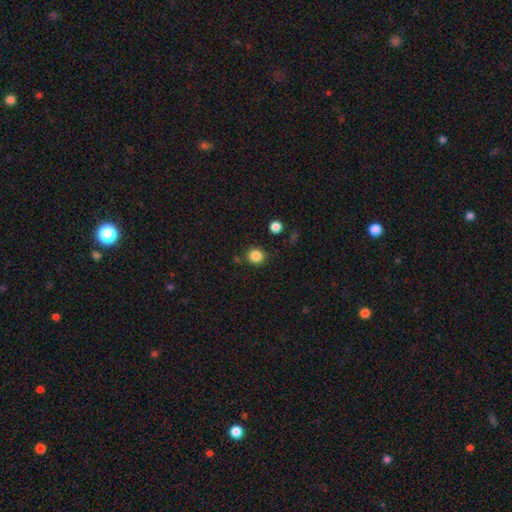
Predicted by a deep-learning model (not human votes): smooth_or_featured: smooth (p=0.85) [alt: star or artifact p=0.11]
how_rounded: round (p=0.85) [alt: in between p=0.14]
merging: none (p=0.84) [alt: minor disturbance p=0.09]